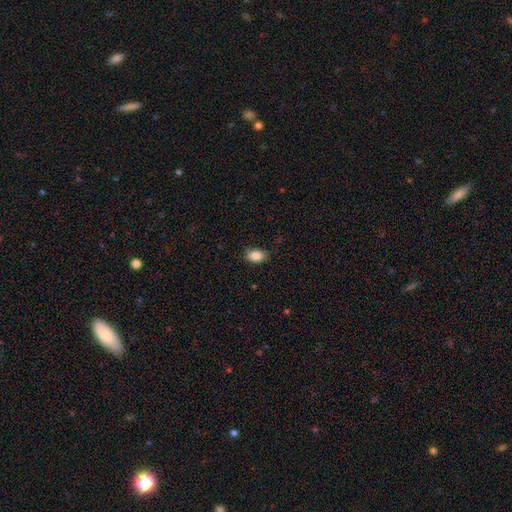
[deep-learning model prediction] Smooth or featured? smooth (85%)
How rounded? in between (84%)
Merging? none (76%)